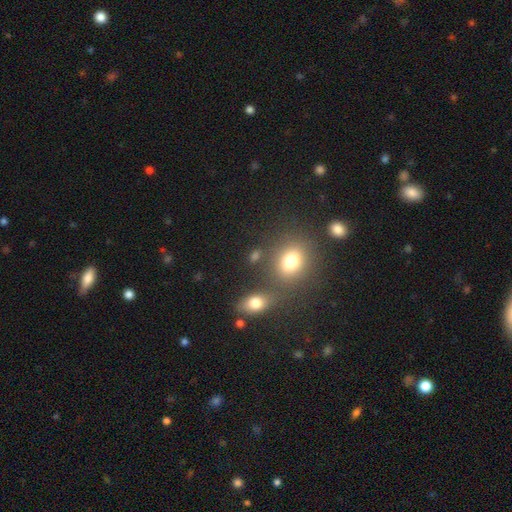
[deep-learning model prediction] Overall: smooth (70%). How rounded: in between (49%, tied with round). Merging: none (67%).